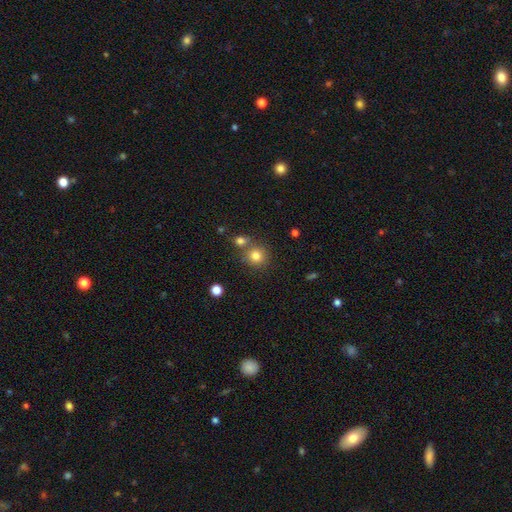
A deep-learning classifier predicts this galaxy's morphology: smooth_or_featured: smooth (p=0.80) [alt: star or artifact p=0.12]
how_rounded: round (p=0.89) [alt: in between p=0.10]
merging: none (p=0.65) [alt: merger p=0.22]